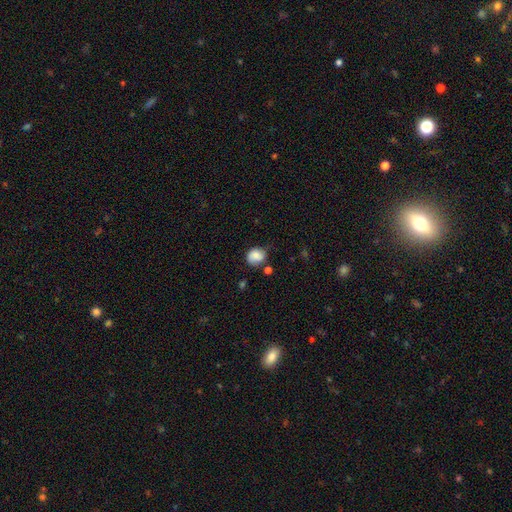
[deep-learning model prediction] Smooth or featured? Predicted: smooth (p=0.81). How rounded? Predicted: round (p=0.65). Merging? Predicted: none (p=0.58).